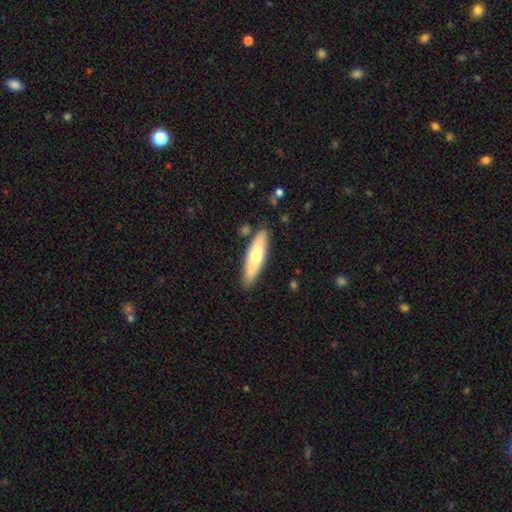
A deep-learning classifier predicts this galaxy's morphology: type=smooth (64%); roundness=cigar-shaped (61%); merging=none (85%).